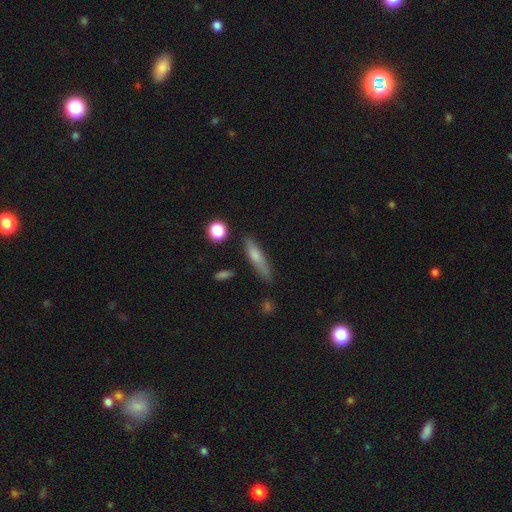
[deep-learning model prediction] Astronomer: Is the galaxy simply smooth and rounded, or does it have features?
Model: smooth — 70%.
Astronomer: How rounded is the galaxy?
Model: cigar-shaped — 77%.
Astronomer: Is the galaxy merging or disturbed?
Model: none — 79%.